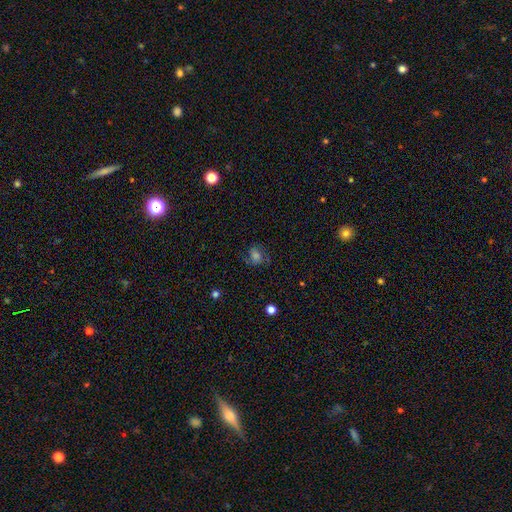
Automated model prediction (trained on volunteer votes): smooth-or-featured: smooth: 46% | featured or disk: 32% | star or artifact: 23%
  merging: none: 64% | minor disturbance: 20% | major disturbance: 14% | merger: 2%